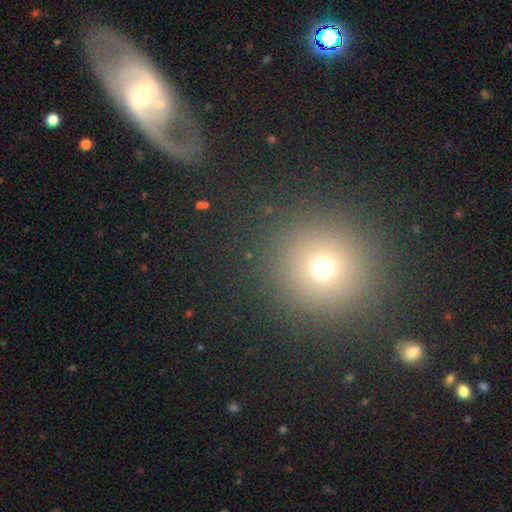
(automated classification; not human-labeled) Q: Smooth or featured?
A: smooth (52%); runner-up: featured or disk (24%)
Q: How rounded?
A: round (91%); runner-up: in between (7%)
Q: Merging?
A: none (86%); runner-up: minor disturbance (7%)